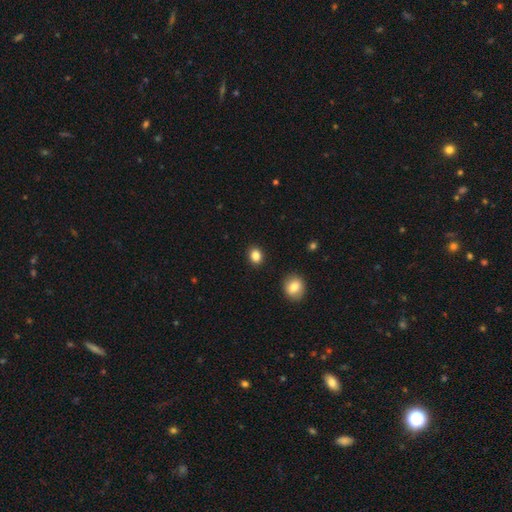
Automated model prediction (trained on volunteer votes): A smooth galaxy with no disk features (85%) that is round (56%). Merging: none (90%).